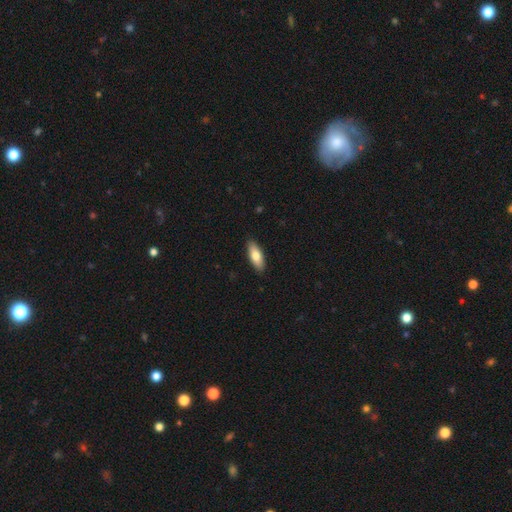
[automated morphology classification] smooth_or_featured: smooth (p=0.77) [alt: featured or disk p=0.17]
how_rounded: in between (p=0.72) [alt: cigar-shaped p=0.26]
merging: none (p=0.89) [alt: minor disturbance p=0.09]